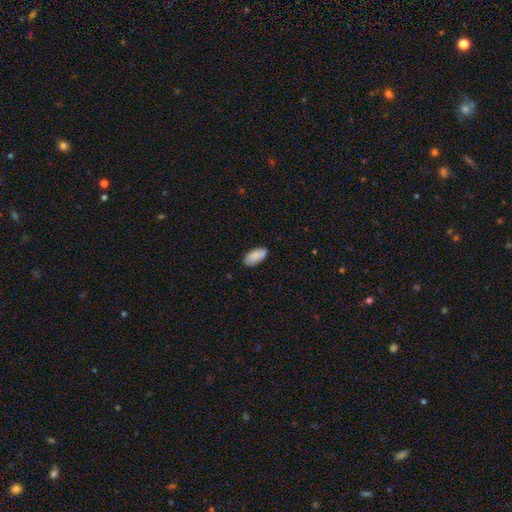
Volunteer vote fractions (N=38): Smooth or featured?
  - smooth: 82% *
  - featured or disk: 11%
  - star or artifact: 8%
How rounded?
  - in between: 97% *
  - cigar-shaped: 3%
  - round: 0%
Merging?
  - none: 77% *
  - minor disturbance: 14%
  - major disturbance: 6%
  - merger: 3%